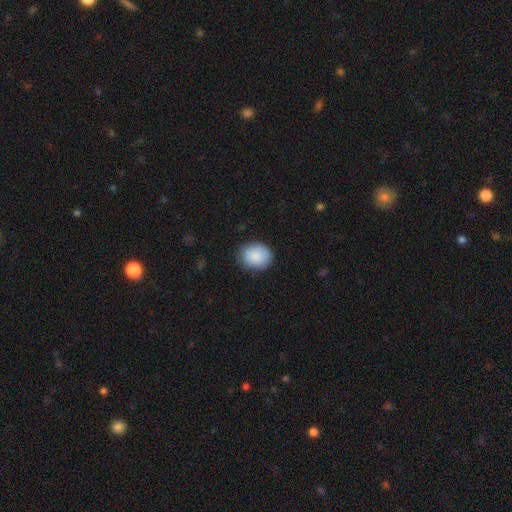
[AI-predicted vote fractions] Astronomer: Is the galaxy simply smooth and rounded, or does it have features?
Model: smooth — 88%.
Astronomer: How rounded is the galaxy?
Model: round — 57% (runner-up: in between, 43%).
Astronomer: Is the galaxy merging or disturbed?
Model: none — 83%.